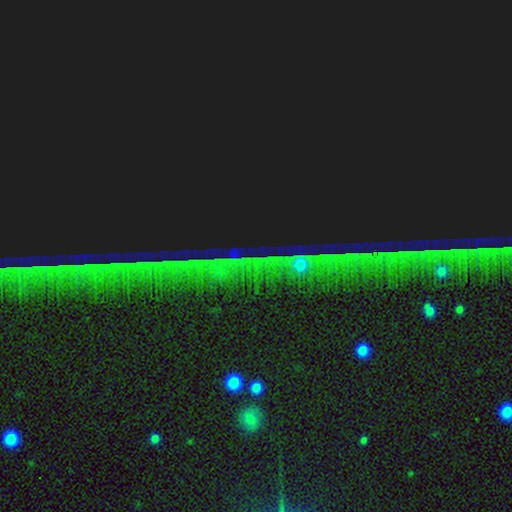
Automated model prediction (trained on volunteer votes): A star or artifact, not a galaxy (84%).

Vote fractions:
- Smooth or featured? star or artifact: 84% / featured or disk: 9% / smooth: 7%